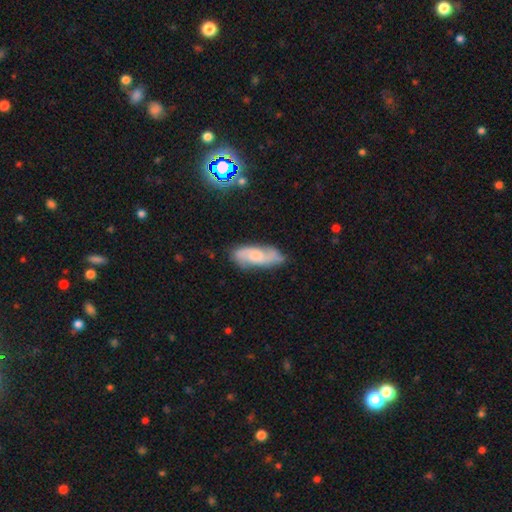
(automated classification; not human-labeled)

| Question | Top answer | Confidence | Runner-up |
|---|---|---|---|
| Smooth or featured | featured or disk | 56% | smooth (35%) |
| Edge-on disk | no | 87% | yes (13%) |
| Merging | none | 75% | minor disturbance (18%) |